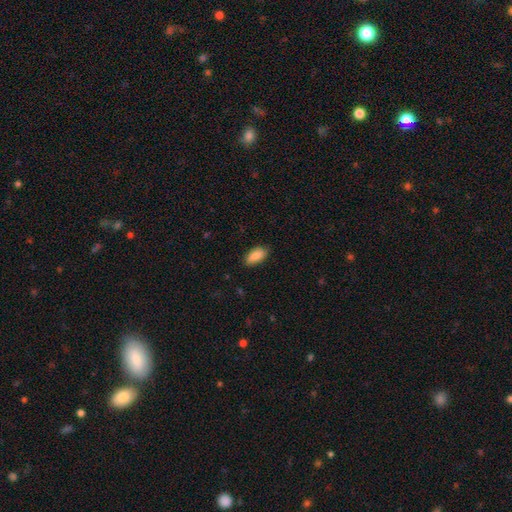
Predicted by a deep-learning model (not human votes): smooth-or-featured: smooth: 87% | star or artifact: 6% | featured or disk: 6%
  how-rounded: in between: 90% | cigar-shaped: 7% | round: 2%
  merging: none: 82% | minor disturbance: 15% | major disturbance: 2% | merger: 1%